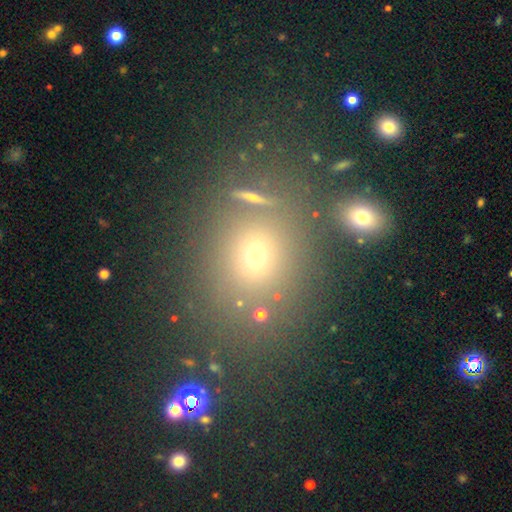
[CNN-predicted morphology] type=smooth (59%); roundness=round (57%); merging=none (71%).